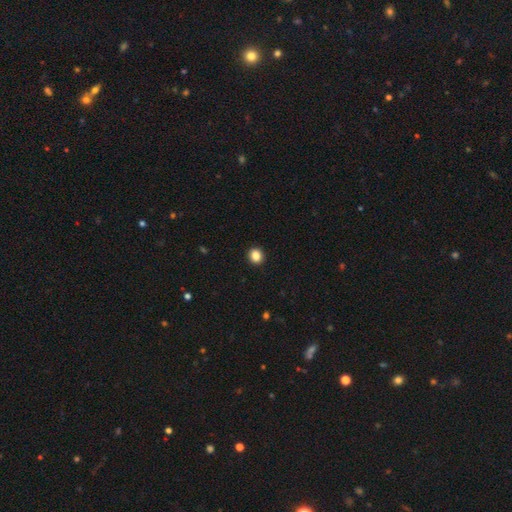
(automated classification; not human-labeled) A smooth galaxy with no disk features (86%) that is round (79%). Merging: none (93%).